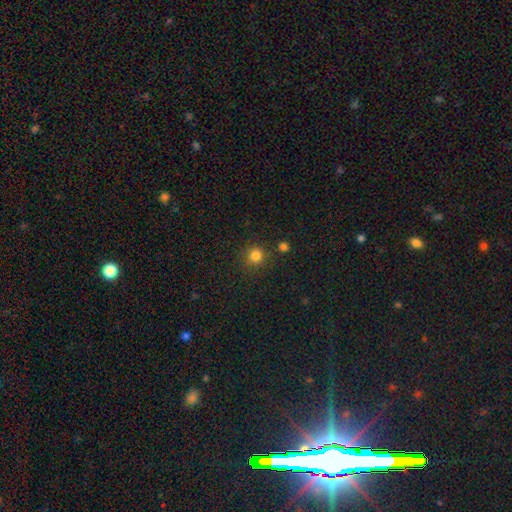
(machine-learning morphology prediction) Smooth or featured? Predicted: smooth (p=0.82). How rounded? Predicted: round (p=0.93). Merging? Predicted: none (p=0.82).